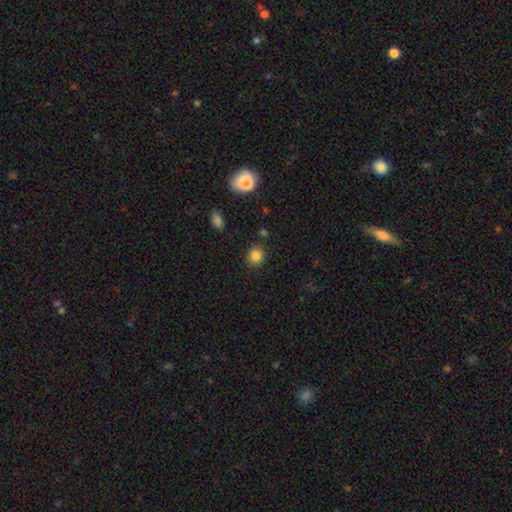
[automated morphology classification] smooth 83%, star or artifact 11%, featured or disk 5%. Down the decision tree: how rounded — round (83%); merging — none (86%).